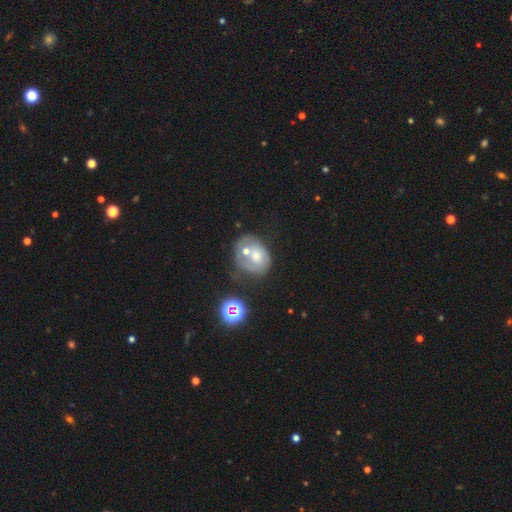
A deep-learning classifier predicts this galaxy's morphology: smooth-or-featured: featured or disk: 47% | smooth: 42% | star or artifact: 11%
  merging: merger: 38% | none: 28% | minor disturbance: 18% | major disturbance: 16%